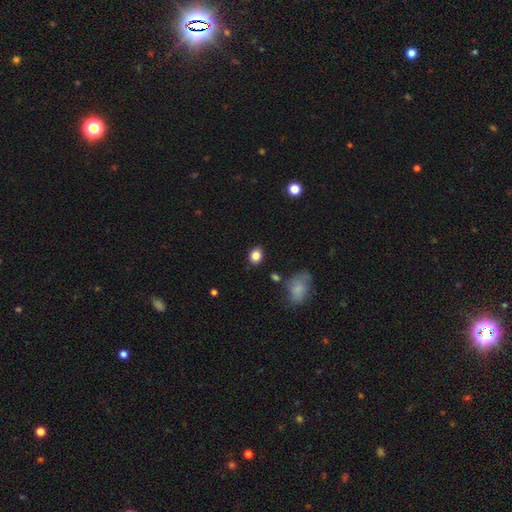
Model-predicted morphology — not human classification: Q: Smooth or featured?
A: smooth (85%); runner-up: star or artifact (10%)
Q: How rounded?
A: in between (54%); runner-up: round (45%)
Q: Merging?
A: none (84%); runner-up: minor disturbance (11%)